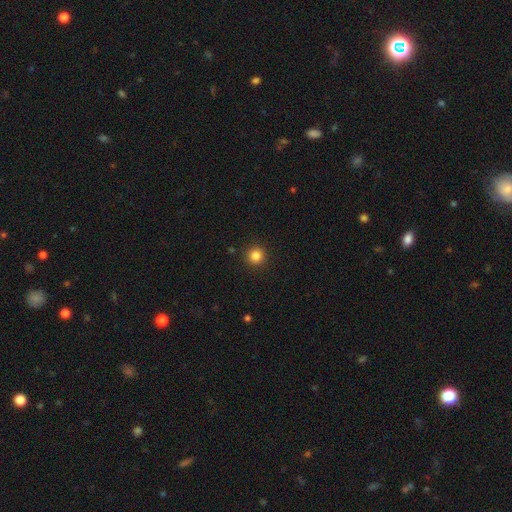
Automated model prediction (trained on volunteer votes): The model was most divided on "smooth or featured": smooth: 84%, star or artifact: 12%, featured or disk: 4%. More confident: how rounded — round (95%); merging — none (92%).